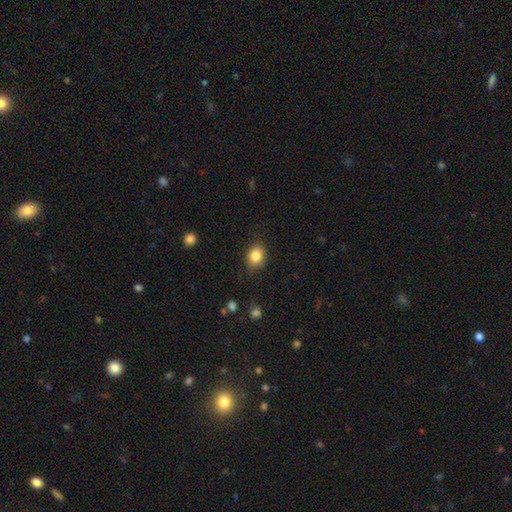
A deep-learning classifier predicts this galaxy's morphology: smooth 84%, star or artifact 9%, featured or disk 7%. Down the decision tree: how rounded — in between (65%); merging — none (82%).